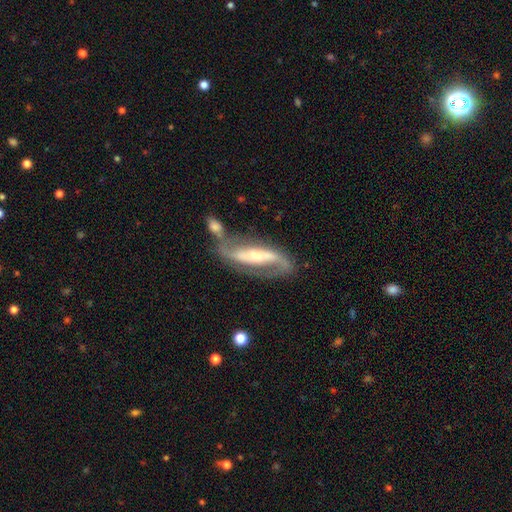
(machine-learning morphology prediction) smooth_or_featured: featured or disk (p=0.86) [alt: smooth p=0.09]
disk_edge_on: no (p=0.84) [alt: yes p=0.16]
bar: strong (p=0.54) [alt: weak p=0.29]
has_spiral_arms: yes (p=0.93) [alt: no p=0.07]
spiral_winding: loose (p=0.47) [alt: medium p=0.37]
spiral_arm_count: 2 (p=0.89) [alt: can't tell p=0.05]
bulge_size: moderate (p=0.49) [alt: small p=0.41]
merging: none (p=0.56) [alt: minor disturbance p=0.18]